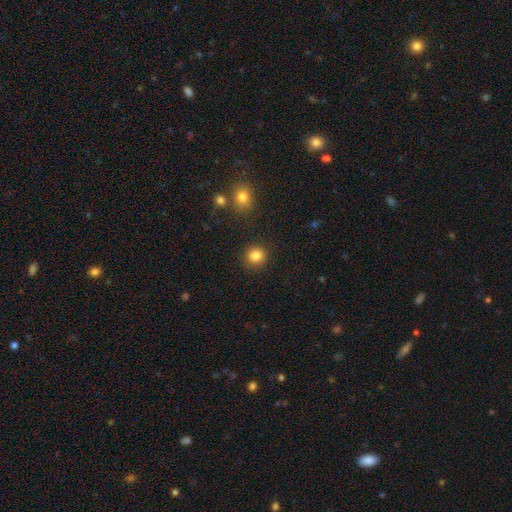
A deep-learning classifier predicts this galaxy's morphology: Smooth or featured? Predicted: smooth (p=0.84). How rounded? Predicted: round (p=0.88). Merging? Predicted: none (p=0.89).